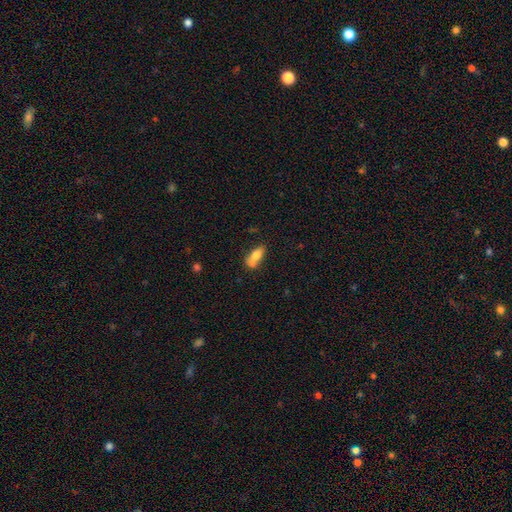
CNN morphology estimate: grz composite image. It shows a smooth galaxy with no disk features (73%) that is in between round and cigar-shaped (80%). Merging: none (39%).